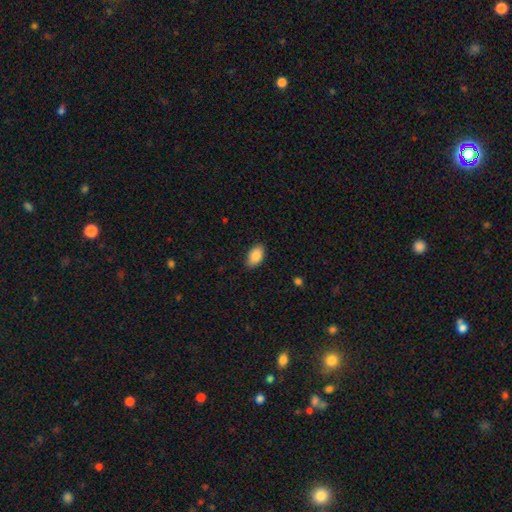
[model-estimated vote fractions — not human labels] The model was most divided on "merging": none: 86%, minor disturbance: 10%, major disturbance: 2%, merger: 1%. More confident: how rounded — in between (94%); smooth or featured — smooth (88%).